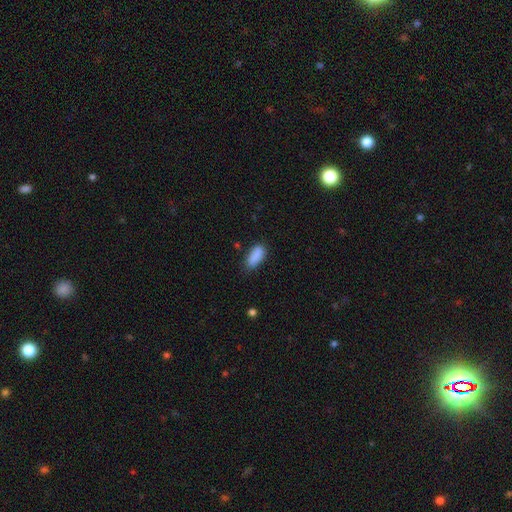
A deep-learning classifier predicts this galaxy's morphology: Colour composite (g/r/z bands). It shows a smooth galaxy with no disk features (89%) that is in between round and cigar-shaped (84%). Merging: none (75%).